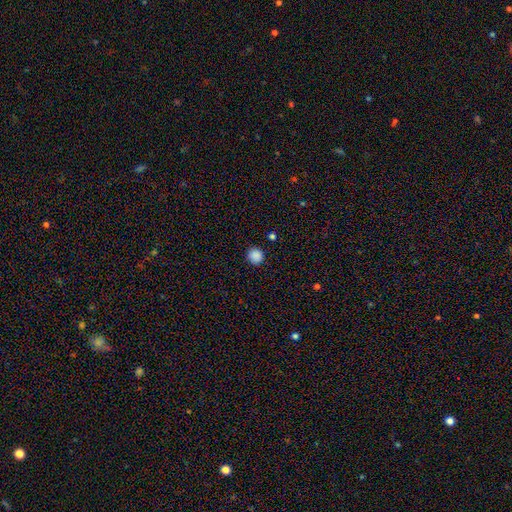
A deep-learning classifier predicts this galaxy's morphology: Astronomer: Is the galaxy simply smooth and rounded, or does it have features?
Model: smooth — 87%.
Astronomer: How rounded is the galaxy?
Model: round — 92%.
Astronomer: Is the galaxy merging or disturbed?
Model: none — 90%.